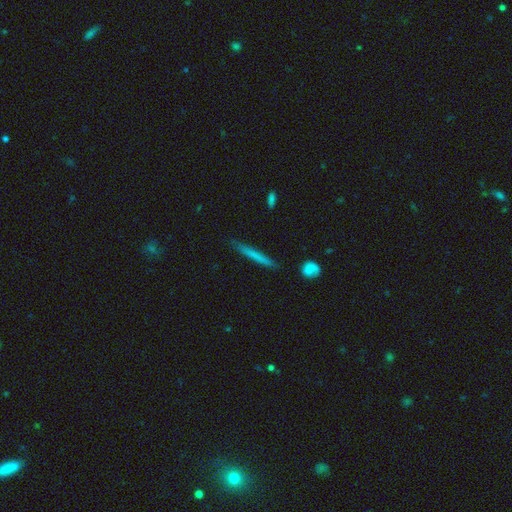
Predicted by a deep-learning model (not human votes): Smooth or featured? smooth (61%)
How rounded? cigar-shaped (95%)
Merging? none (84%)